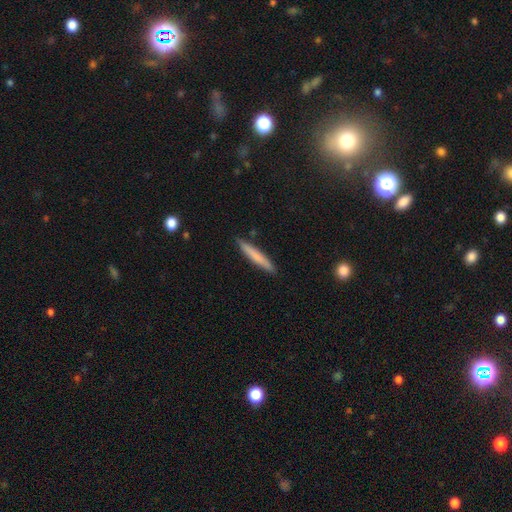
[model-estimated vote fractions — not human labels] smooth_or_featured: smooth (p=0.71) [alt: featured or disk p=0.23]
how_rounded: cigar-shaped (p=0.95) [alt: in between p=0.04]
merging: none (p=0.89) [alt: minor disturbance p=0.08]